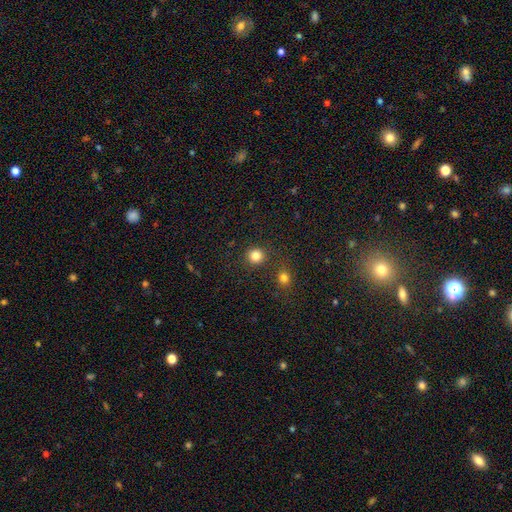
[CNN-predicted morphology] smooth_or_featured: smooth (p=0.83) [alt: star or artifact p=0.13]
how_rounded: round (p=0.92) [alt: in between p=0.07]
merging: none (p=0.85) [alt: minor disturbance p=0.06]